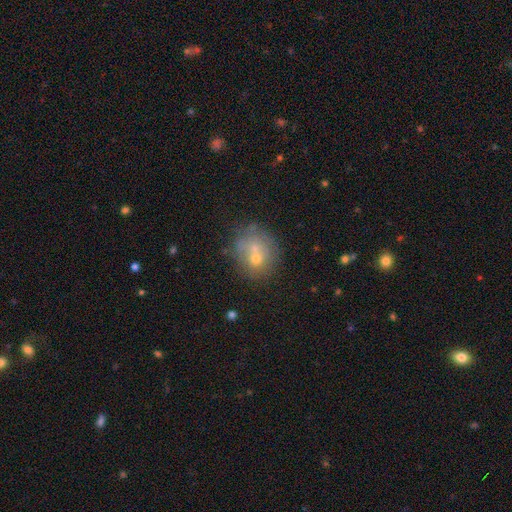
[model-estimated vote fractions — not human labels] Overall: smooth (55%; featured or disk 29%). How rounded: round (69%; in between 30%). Merging: none (41%; merger 38%).